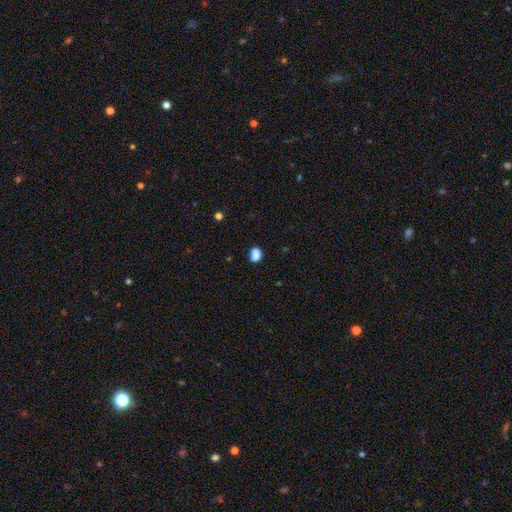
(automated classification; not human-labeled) Smooth or featured: smooth — 85% (star or artifact — 10%)
How rounded: in between — 65% (round — 34%)
Merging: none — 72% (minor disturbance — 19%)